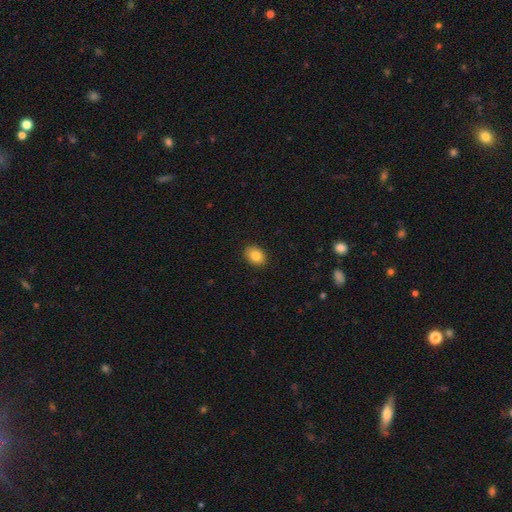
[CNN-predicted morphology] Smooth or featured: smooth — 85% (star or artifact — 8%)
How rounded: in between — 65% (round — 34%)
Merging: none — 90% (minor disturbance — 7%)